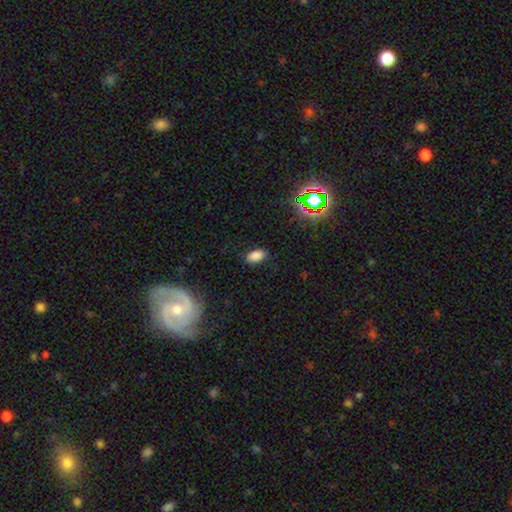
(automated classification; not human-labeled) Smooth or featured?
  - smooth: 81% *
  - star or artifact: 14%
  - featured or disk: 5%
How rounded?
  - in between: 92% *
  - round: 5%
  - cigar-shaped: 3%
Merging?
  - none: 85% *
  - minor disturbance: 11%
  - major disturbance: 3%
  - merger: 1%